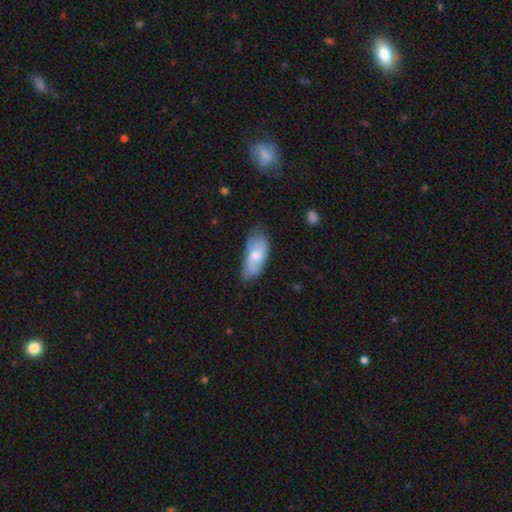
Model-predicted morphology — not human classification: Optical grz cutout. It shows a smooth galaxy with no disk features (61%) that is in between round and cigar-shaped (85%). Merging: none (60%).